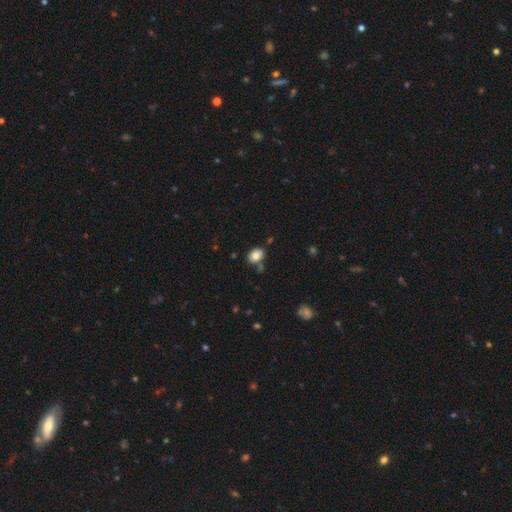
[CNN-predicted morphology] This is clearly a smooth galaxy (82%). How rounded: likely in between (67%). Merging: likely none (76%).